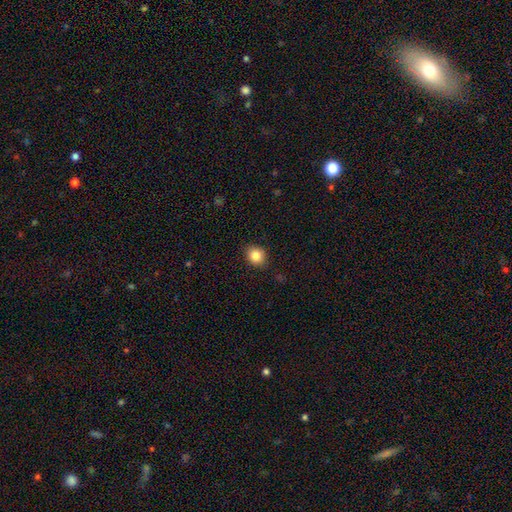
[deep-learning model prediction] This is clearly a smooth galaxy (84%). How rounded: likely round (61%). Merging: clearly none (88%).